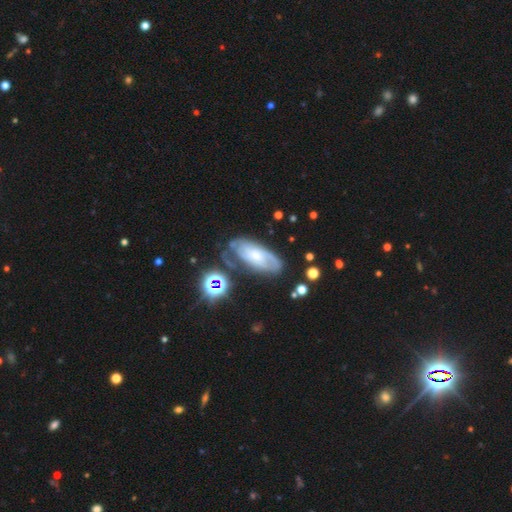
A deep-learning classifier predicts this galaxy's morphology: Smooth or featured?
  - featured or disk: 62% *
  - smooth: 28%
  - star or artifact: 10%
Edge-on disk?
  - no: 91% *
  - yes: 9%
Bar?
  - no: 67% *
  - weak: 27%
  - strong: 6%
Spiral arms?
  - yes: 83% *
  - no: 17%
Bulge size?
  - small: 41% *
  - moderate: 34%
  - none: 12%
  - large: 10%
  - dominant: 2%
Merging?
  - none: 60% *
  - minor disturbance: 23%
  - major disturbance: 12%
  - merger: 5%